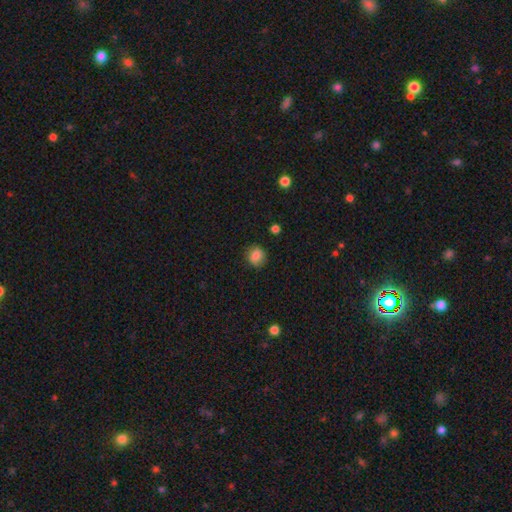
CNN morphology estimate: Overall: smooth (84%). How rounded: round (82%). Merging: none (86%).